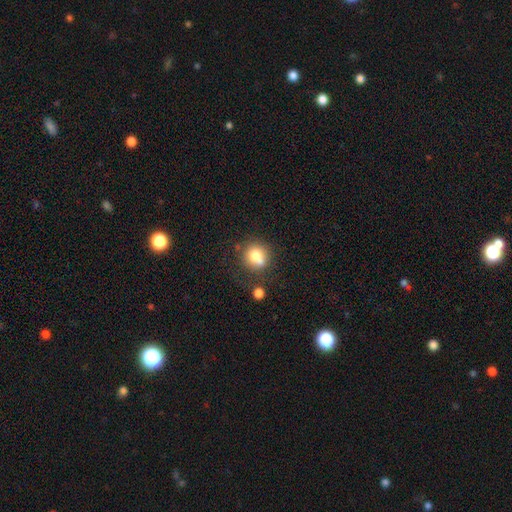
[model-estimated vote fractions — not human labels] smooth 74%, featured or disk 15%, star or artifact 11%. Down the decision tree: how rounded — round (86%); merging — none (58%).